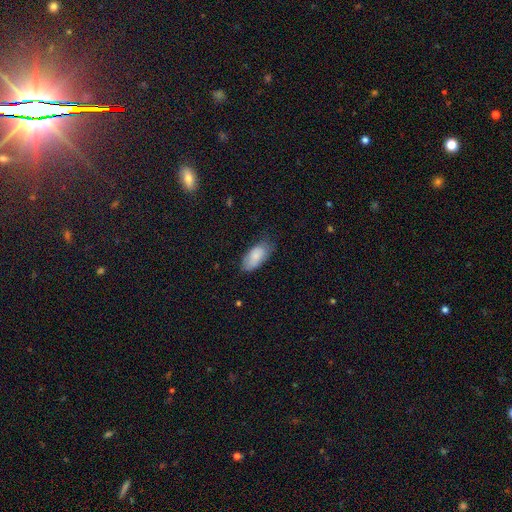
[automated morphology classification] Smooth or featured?
  - smooth: 84% *
  - featured or disk: 10%
  - star or artifact: 6%
How rounded?
  - in between: 92% *
  - cigar-shaped: 6%
  - round: 2%
Merging?
  - none: 64% *
  - minor disturbance: 28%
  - major disturbance: 7%
  - merger: 1%